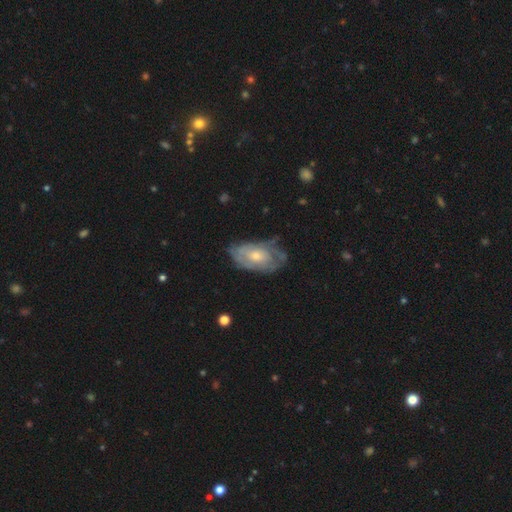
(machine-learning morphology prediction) Smooth or featured?
  - featured or disk: 64% *
  - smooth: 30%
  - star or artifact: 6%
Edge-on disk?
  - no: 93% *
  - yes: 7%
Bar?
  - no: 80% *
  - weak: 18%
  - strong: 3%
Spiral arms?
  - yes: 66% *
  - no: 34%
Bulge size?
  - moderate: 53% *
  - small: 40%
  - large: 4%
  - none: 2%
  - dominant: 1%
Merging?
  - none: 56% *
  - minor disturbance: 29%
  - major disturbance: 12%
  - merger: 2%